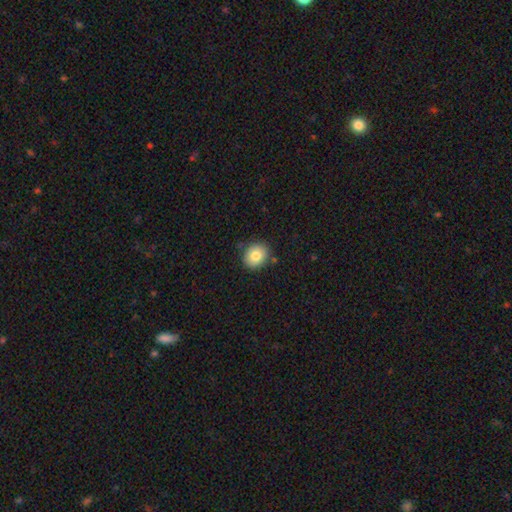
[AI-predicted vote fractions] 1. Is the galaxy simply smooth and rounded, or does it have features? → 81% smooth, 10% featured or disk, 9% star or artifact.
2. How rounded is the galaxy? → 70% round, 29% in between, 1% cigar-shaped.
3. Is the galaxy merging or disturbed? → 83% none, 11% minor disturbance, 3% merger, 2% major disturbance.